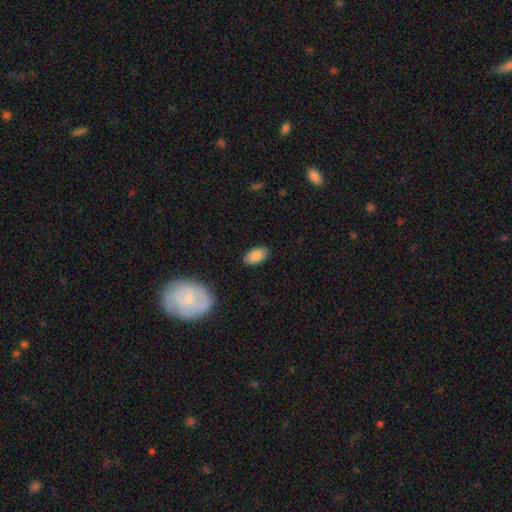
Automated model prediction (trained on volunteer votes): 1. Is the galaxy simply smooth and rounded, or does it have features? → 85% smooth, 8% featured or disk, 7% star or artifact.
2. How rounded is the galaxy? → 93% in between, 5% round, 2% cigar-shaped.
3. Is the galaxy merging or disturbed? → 86% none, 10% minor disturbance, 2% major disturbance, 1% merger.